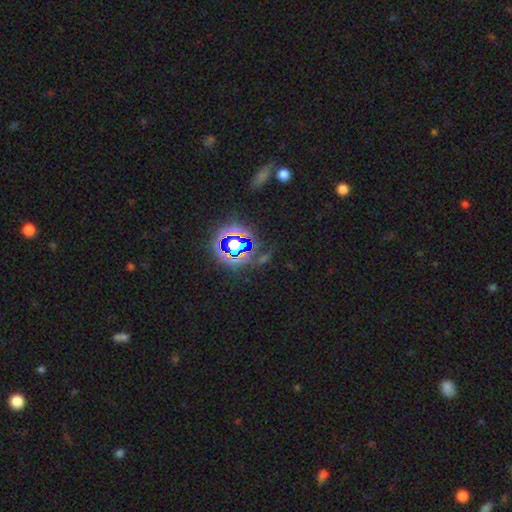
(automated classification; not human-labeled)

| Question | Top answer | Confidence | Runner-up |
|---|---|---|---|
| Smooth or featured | star or artifact | 78% | smooth (13%) |